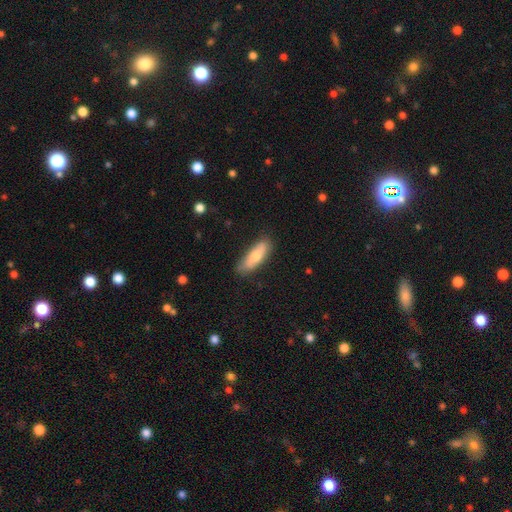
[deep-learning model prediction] A smooth galaxy with no disk features (70%) that is in between round and cigar-shaped (53%).

Vote fractions:
- Smooth or featured? smooth: 70% / featured or disk: 25% / star or artifact: 6%
- How rounded? in between: 53% / cigar-shaped: 45% / round: 2%
- Merging? none: 79% / minor disturbance: 16% / major disturbance: 3% / merger: 1%